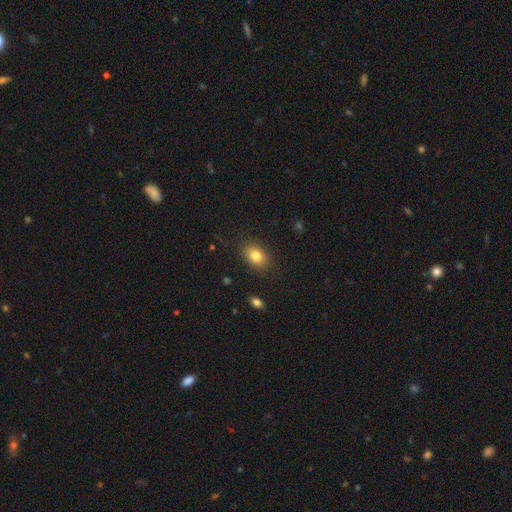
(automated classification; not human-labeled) A smooth galaxy with no disk features (83%) that is in between round and cigar-shaped (74%). Merging: none (86%).